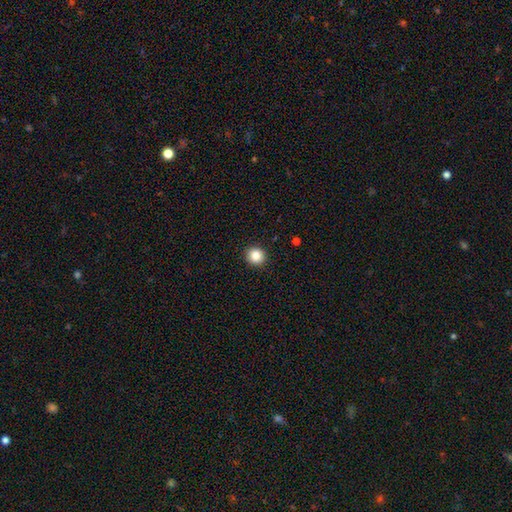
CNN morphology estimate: type=smooth (87%); roundness=round (91%); merging=none (92%).